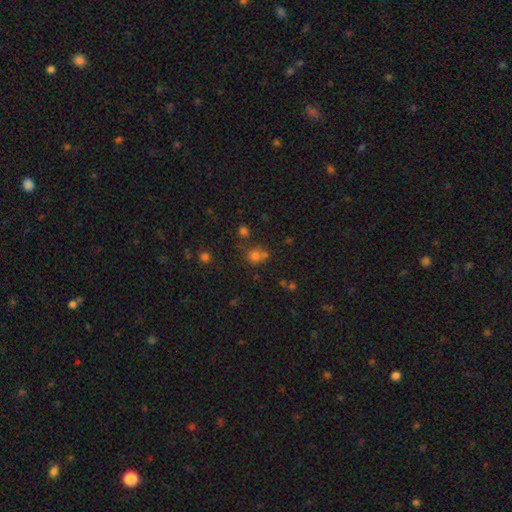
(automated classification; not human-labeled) smooth_or_featured: smooth (p=0.65) [alt: star or artifact p=0.24]
how_rounded: round (p=0.82) [alt: in between p=0.17]
merging: none (p=0.54) [alt: merger p=0.29]